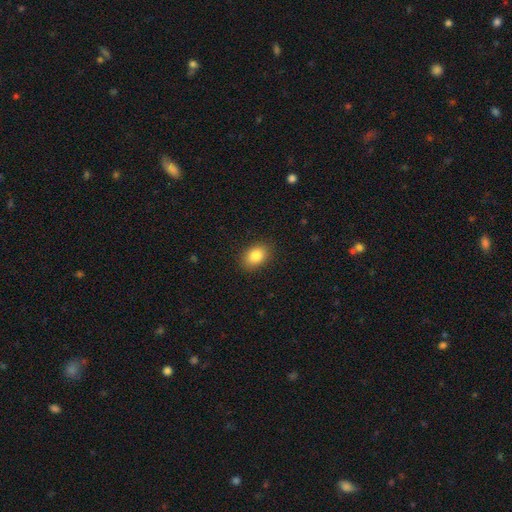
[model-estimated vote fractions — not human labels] This is clearly a smooth galaxy (85%). How rounded: likely in between (79%). Merging: clearly none (87%).